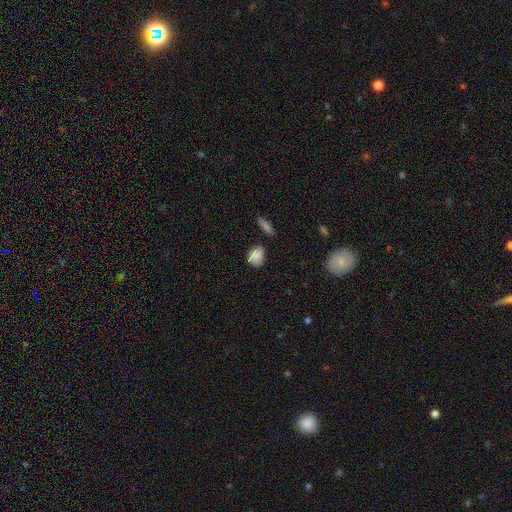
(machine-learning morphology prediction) smooth-or-featured: smooth: 74% | featured or disk: 17% | star or artifact: 9%
  how-rounded: in between: 61% | round: 36% | cigar-shaped: 2%
  merging: none: 66% | minor disturbance: 24% | merger: 5% | major disturbance: 5%